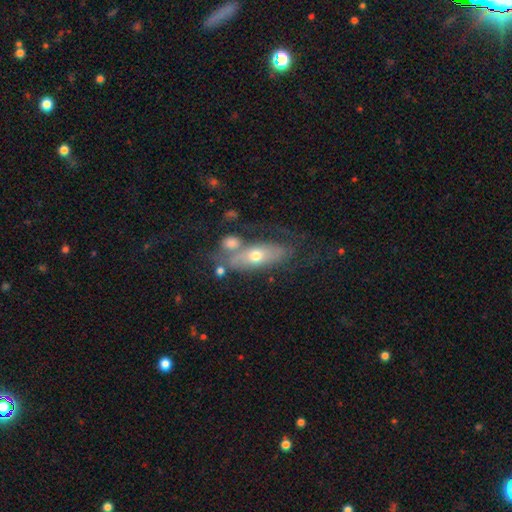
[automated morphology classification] featured or disk 48%, smooth 44%, star or artifact 8%. Down the decision tree: merging — none (44%).